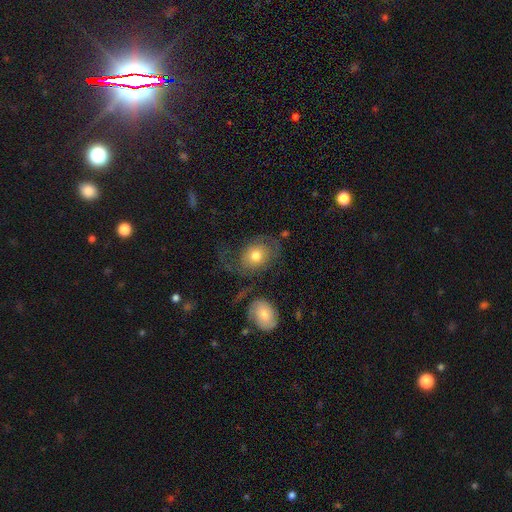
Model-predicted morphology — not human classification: type=smooth (50%); roundness=in between (55%); merging=none (40%).